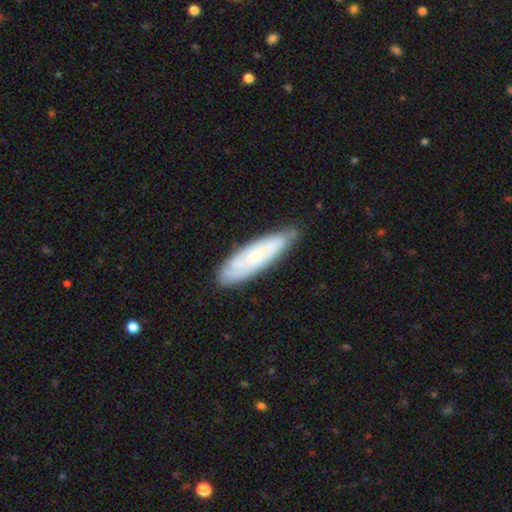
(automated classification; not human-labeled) A featured or disk galaxy (56%).

Vote fractions:
- Smooth or featured? featured or disk: 56% / smooth: 37% / star or artifact: 6%
- Edge-on disk? no: 73% / yes: 27%
- Merging? none: 78% / minor disturbance: 18% / major disturbance: 3% / merger: 2%